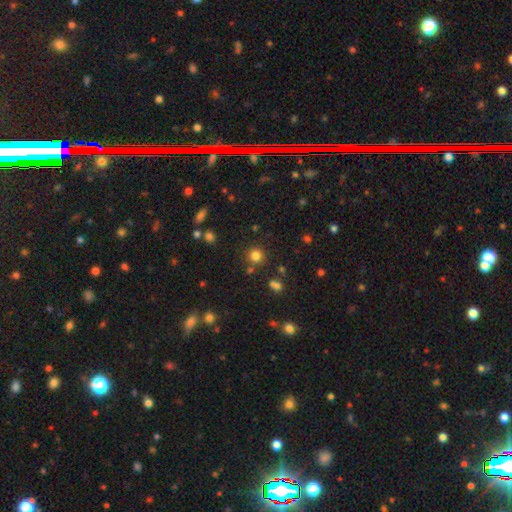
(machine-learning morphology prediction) The model was most divided on "smooth or featured": smooth: 79%, star or artifact: 16%, featured or disk: 6%. More confident: how rounded — round (93%); merging — none (84%).